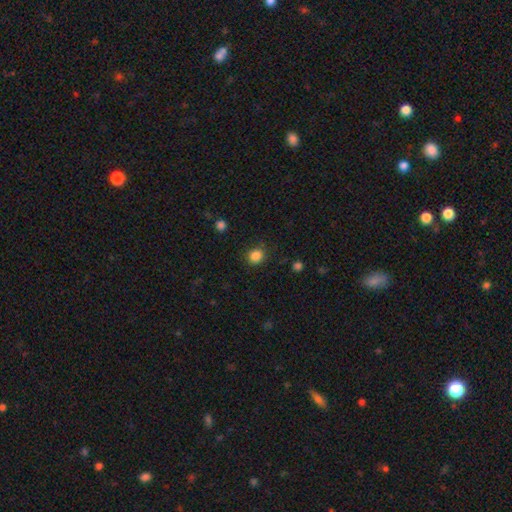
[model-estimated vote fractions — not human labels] smooth_or_featured: smooth (p=0.85) [alt: star or artifact p=0.12]
how_rounded: round (p=0.85) [alt: in between p=0.14]
merging: none (p=0.86) [alt: minor disturbance p=0.10]